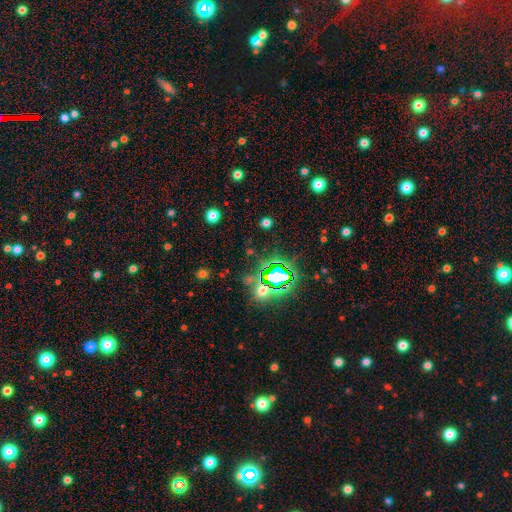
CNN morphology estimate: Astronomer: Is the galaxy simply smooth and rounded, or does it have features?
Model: star or artifact — 80%.